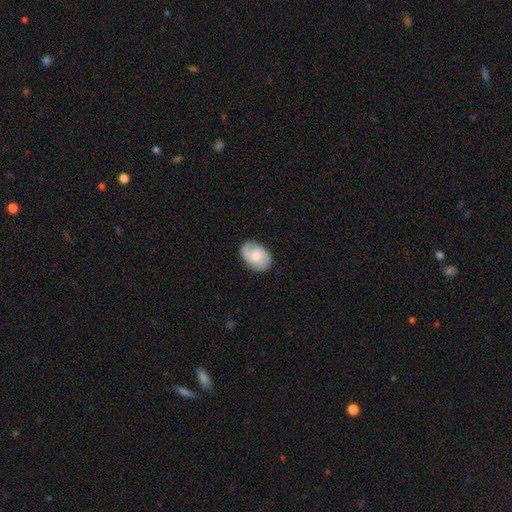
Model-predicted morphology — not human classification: Smooth or featured: smooth — 55% (featured or disk — 38%)
How rounded: in between — 83% (round — 16%)
Merging: none — 82% (minor disturbance — 14%)